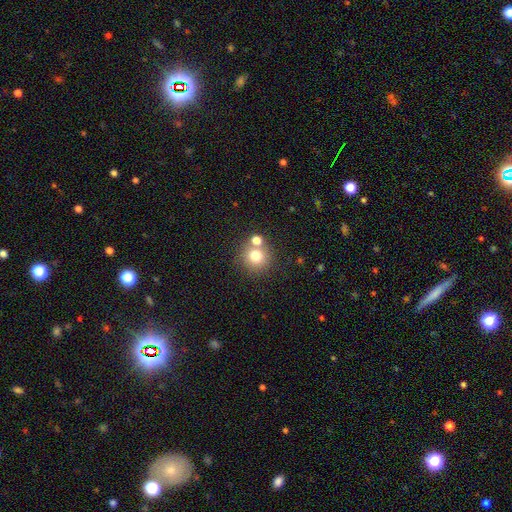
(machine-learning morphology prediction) smooth-or-featured: smooth: 76% | star or artifact: 14% | featured or disk: 10%
  how-rounded: round: 92% | in between: 8% | cigar-shaped: 1%
  merging: none: 68% | merger: 22% | minor disturbance: 7% | major disturbance: 3%